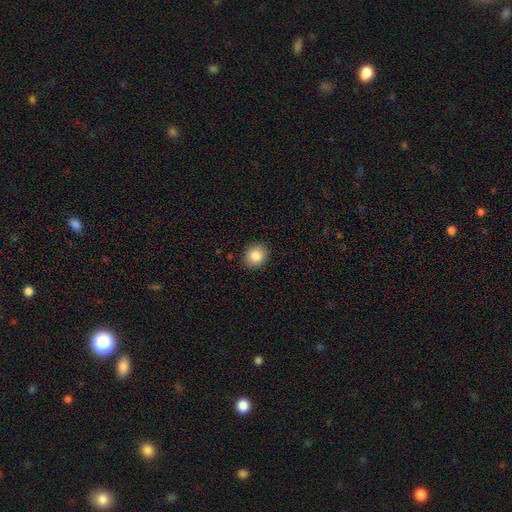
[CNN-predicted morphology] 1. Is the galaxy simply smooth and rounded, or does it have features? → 84% smooth, 9% star or artifact, 7% featured or disk.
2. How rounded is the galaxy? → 74% round, 25% in between, 1% cigar-shaped.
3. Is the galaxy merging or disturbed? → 90% none, 7% minor disturbance, 2% major disturbance, 1% merger.